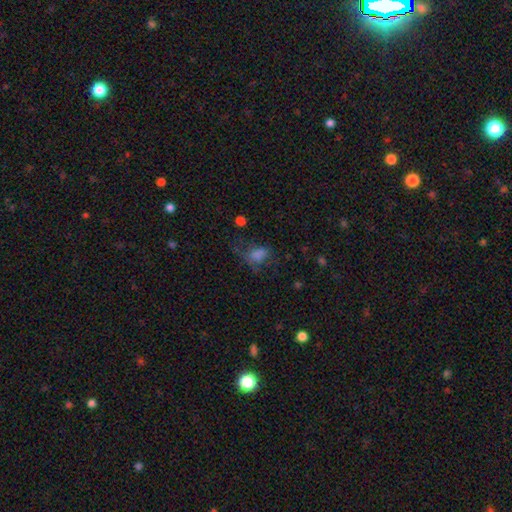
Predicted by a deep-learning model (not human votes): Smooth or featured? Predicted: smooth (p=0.60). How rounded? Predicted: in between (p=0.72). Merging? Predicted: none (p=0.38).